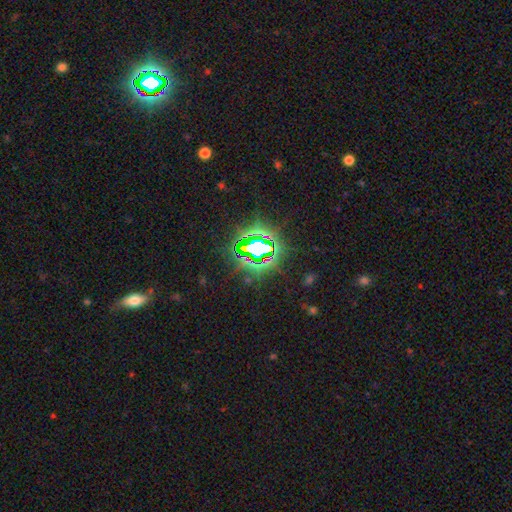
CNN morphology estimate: Overall: star or artifact (80%).